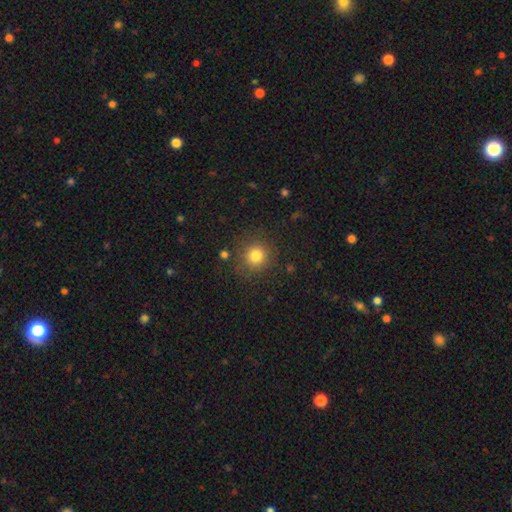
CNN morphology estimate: This is likely a smooth galaxy (80%). How rounded: clearly round (92%). Merging: clearly none (85%).